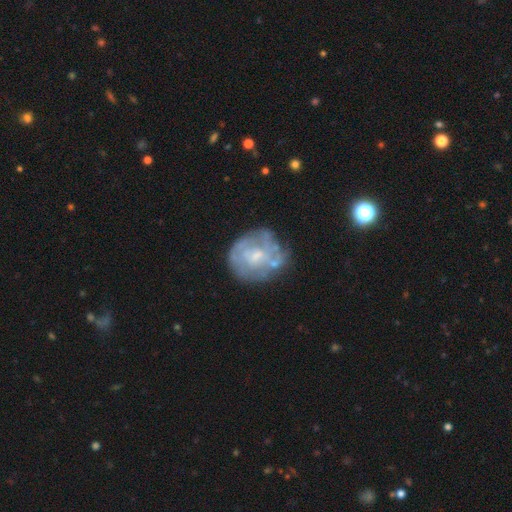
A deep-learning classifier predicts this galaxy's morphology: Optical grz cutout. It shows a featured or disk galaxy (65%) with no bar (67%), no spiral arms (56%) and a small central bulge (50%). Merging: none (59%).